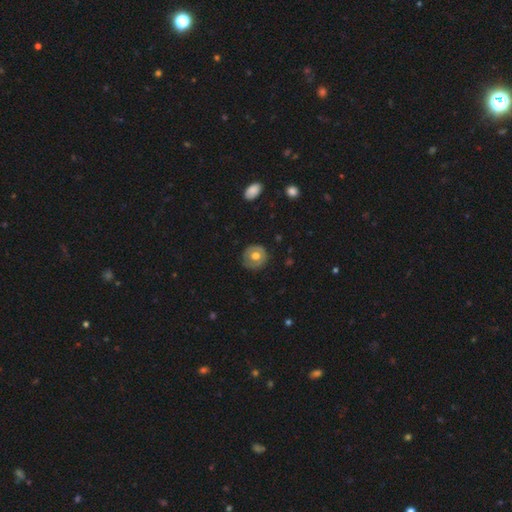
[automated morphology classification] The model was most divided on "smooth or featured": smooth: 56%, featured or disk: 37%, star or artifact: 7%. More confident: how rounded — round (90%); merging — none (82%).